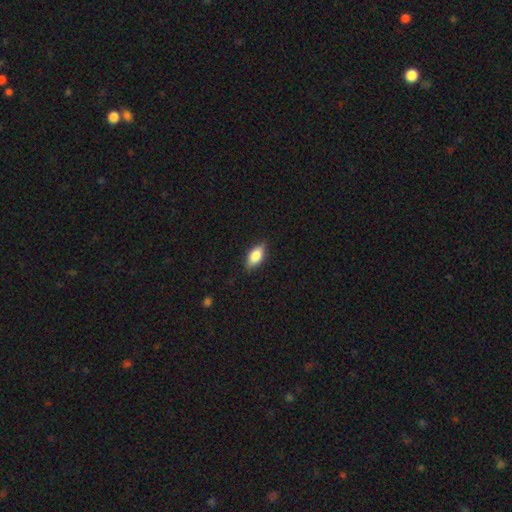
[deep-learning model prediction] The model was most divided on "smooth or featured": smooth: 78%, featured or disk: 15%, star or artifact: 7%. More confident: how rounded — in between (86%); merging — none (84%).